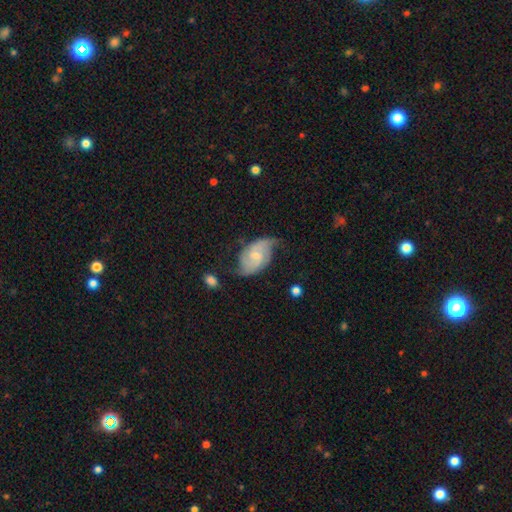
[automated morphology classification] Q: Smooth or featured?
A: featured or disk (74%); runner-up: smooth (20%)
Q: Edge-on disk?
A: no (97%); runner-up: yes (3%)
Q: Bar?
A: weak (47%); runner-up: no (45%)
Q: Spiral arms?
A: yes (93%); runner-up: no (7%)
Q: Spiral winding?
A: medium (46%); runner-up: loose (30%)
Q: Spiral arm count?
A: 2 (78%); runner-up: can't tell (11%)
Q: Bulge size?
A: small (53%); runner-up: moderate (40%)
Q: Merging?
A: none (53%); runner-up: minor disturbance (31%)